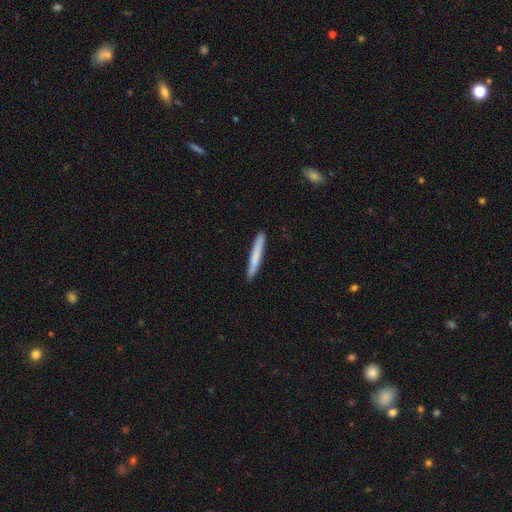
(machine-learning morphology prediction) Smooth or featured? Predicted: smooth (p=0.72). How rounded? Predicted: cigar-shaped (p=0.96). Merging? Predicted: none (p=0.90).